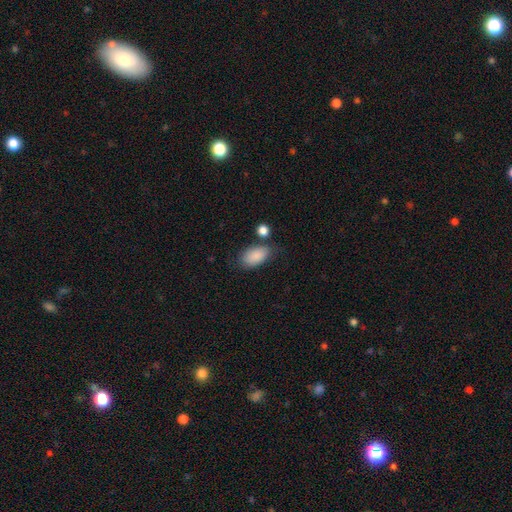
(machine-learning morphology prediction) A smooth galaxy with no disk features (88%) that is in between round and cigar-shaped (93%). Merging: none (67%).